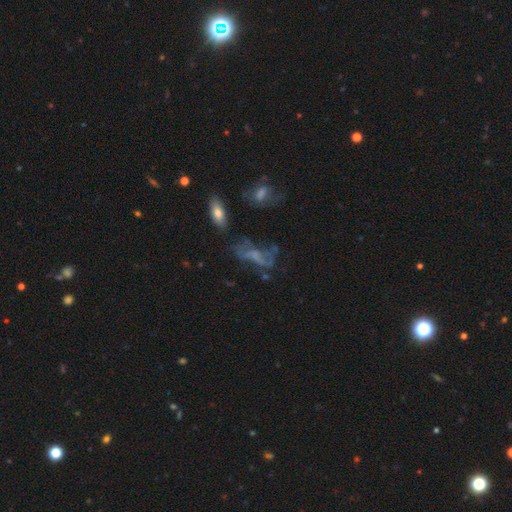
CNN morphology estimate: The model was most divided on "merging": none: 41%, major disturbance: 29%, minor disturbance: 19%, merger: 11%. Remaining: smooth or featured — featured or disk (47%).